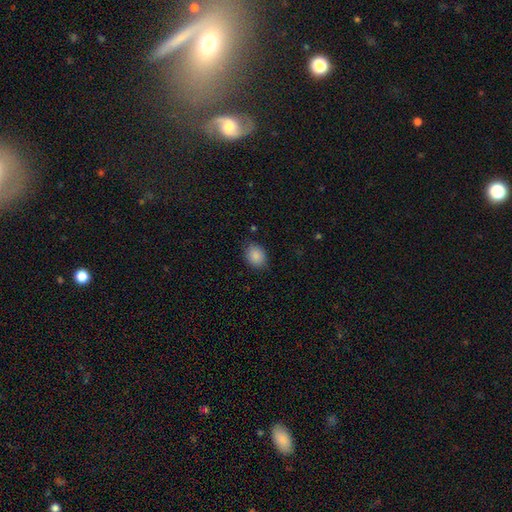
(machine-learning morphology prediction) Smooth or featured? Predicted: smooth (p=0.88). How rounded? Predicted: in between (p=0.61). Merging? Predicted: none (p=0.82).